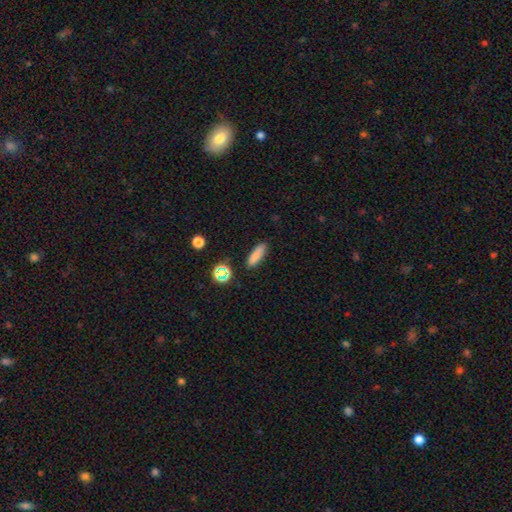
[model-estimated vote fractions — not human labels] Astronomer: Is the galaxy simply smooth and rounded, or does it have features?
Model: smooth — 79%.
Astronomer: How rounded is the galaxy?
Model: in between — 48%, tied with cigar-shaped at 48%.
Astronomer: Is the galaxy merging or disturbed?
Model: none — 84%.